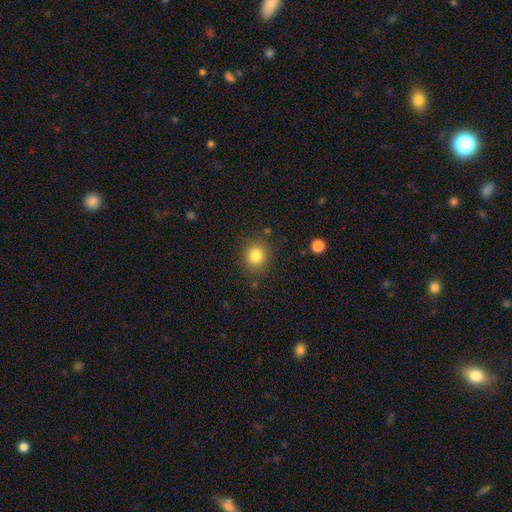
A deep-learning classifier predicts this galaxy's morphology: This appears to be a smooth galaxy with no disk features (83%) that is round (84%). Merging: none (86%).